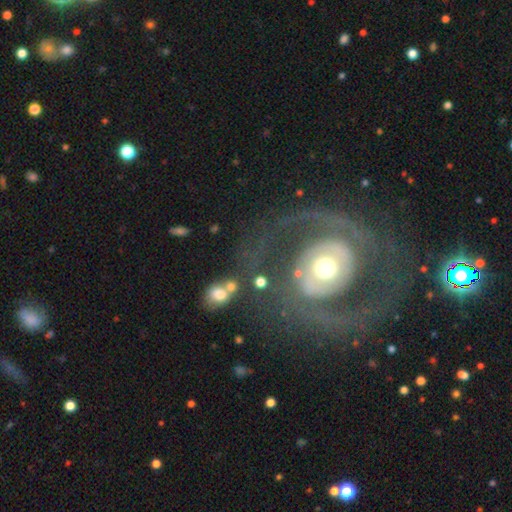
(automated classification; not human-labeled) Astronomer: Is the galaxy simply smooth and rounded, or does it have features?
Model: featured or disk — 80%.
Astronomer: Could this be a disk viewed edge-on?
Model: no — 96%.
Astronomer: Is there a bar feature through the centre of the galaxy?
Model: no — 61%.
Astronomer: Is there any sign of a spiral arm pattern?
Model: yes — 74%.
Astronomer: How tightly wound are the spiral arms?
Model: medium — 42% (runner-up: tight, 39%).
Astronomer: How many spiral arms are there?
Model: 2 — 78%.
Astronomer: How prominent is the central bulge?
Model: moderate — 61%.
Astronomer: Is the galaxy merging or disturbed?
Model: none — 70%.